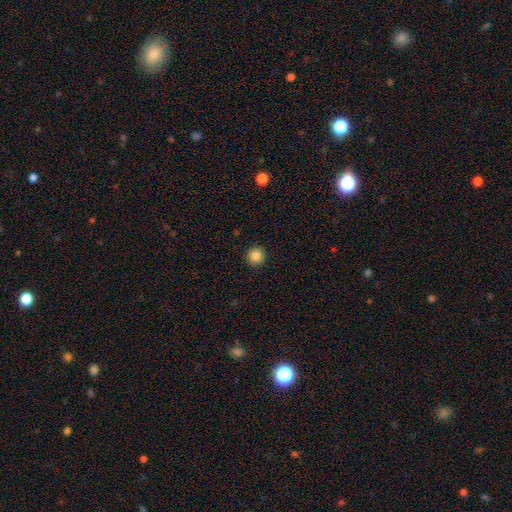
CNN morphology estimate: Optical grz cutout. It shows a smooth galaxy with no disk features (85%) that is round (95%). Merging: none (93%).